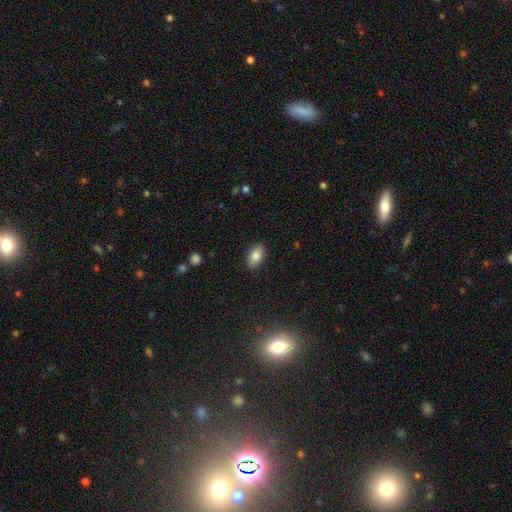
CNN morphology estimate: A smooth galaxy with no disk features (85%) that is in between round and cigar-shaped (92%).

Vote fractions:
- Smooth or featured? smooth: 85% / star or artifact: 8% / featured or disk: 8%
- How rounded? in between: 92% / round: 6% / cigar-shaped: 2%
- Merging? none: 89% / minor disturbance: 8% / major disturbance: 2% / merger: 1%